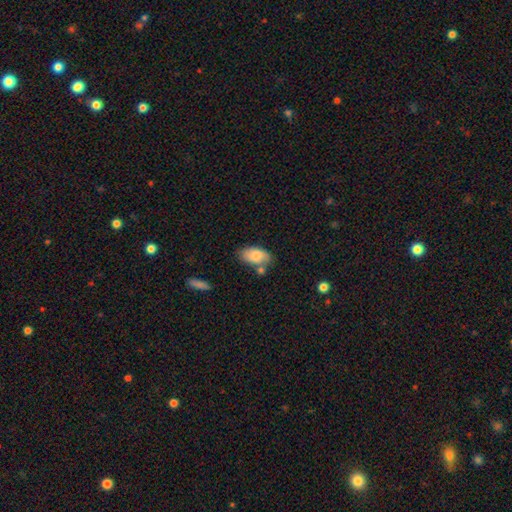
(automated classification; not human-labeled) Overall: smooth (81%). How rounded: in between (93%). Merging: none (65%).